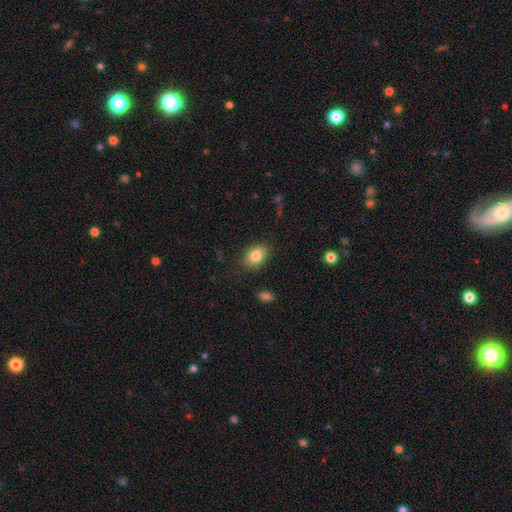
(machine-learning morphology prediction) smooth 83%, star or artifact 9%, featured or disk 8%. Down the decision tree: how rounded — in between (69%); merging — none (84%).